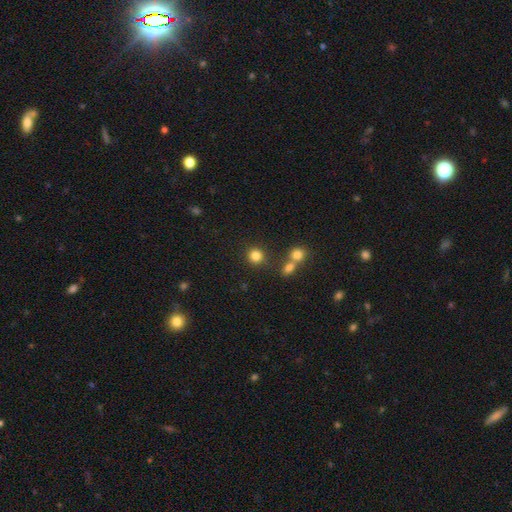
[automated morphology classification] Smooth or featured: smooth — 82% (star or artifact — 13%)
How rounded: round — 91% (in between — 8%)
Merging: none — 80% (merger — 9%)